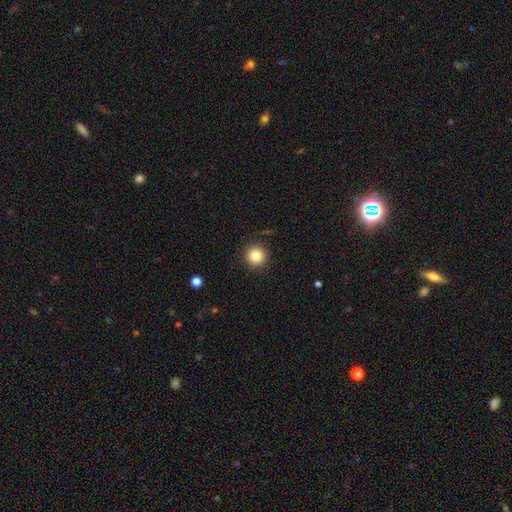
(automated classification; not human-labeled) smooth-or-featured: smooth: 84% | star or artifact: 10% | featured or disk: 5%
  how-rounded: round: 95% | in between: 4% | cigar-shaped: 1%
  merging: none: 91% | minor disturbance: 6% | major disturbance: 2% | merger: 1%